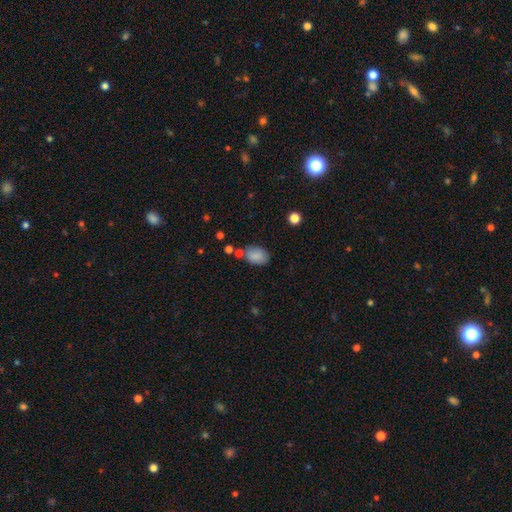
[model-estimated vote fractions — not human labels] This is clearly a smooth galaxy (85%). How rounded: clearly in between (81%). Merging: likely none (69%).